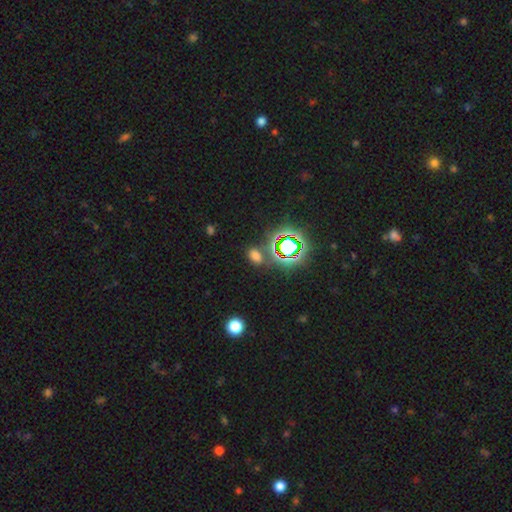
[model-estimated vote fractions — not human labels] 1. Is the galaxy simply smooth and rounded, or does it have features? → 58% smooth, 36% star or artifact, 7% featured or disk.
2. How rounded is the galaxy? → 78% in between, 18% round, 3% cigar-shaped.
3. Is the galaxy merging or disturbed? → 77% none, 11% minor disturbance, 8% merger, 5% major disturbance.